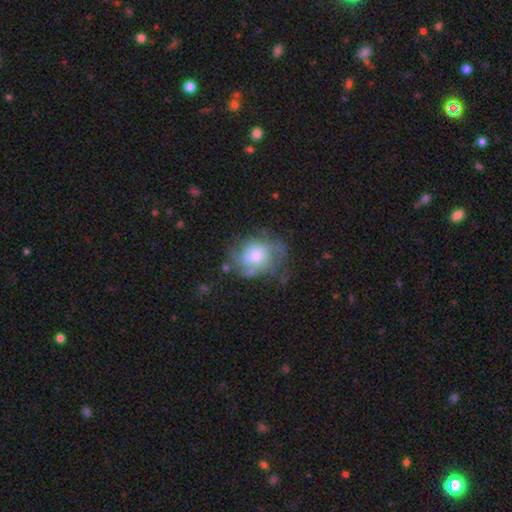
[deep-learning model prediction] smooth_or_featured: featured or disk (p=0.64) [alt: smooth p=0.28]
disk_edge_on: no (p=0.97) [alt: yes p=0.03]
bar: no (p=0.79) [alt: weak p=0.18]
has_spiral_arms: yes (p=0.75) [alt: no p=0.25]
bulge_size: moderate (p=0.52) [alt: small p=0.31]
merging: none (p=0.57) [alt: minor disturbance p=0.24]